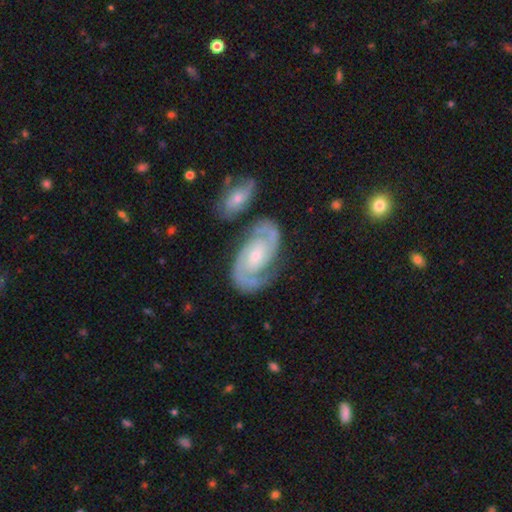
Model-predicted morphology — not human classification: Smooth or featured? featured or disk (89%)
Edge-on disk? no (97%)
Bar? no (53%)
Spiral arms? yes (97%)
Spiral winding? tight (52%)
Spiral arm count? 2 (90%)
Bulge size? small (56%)
Merging? none (72%)